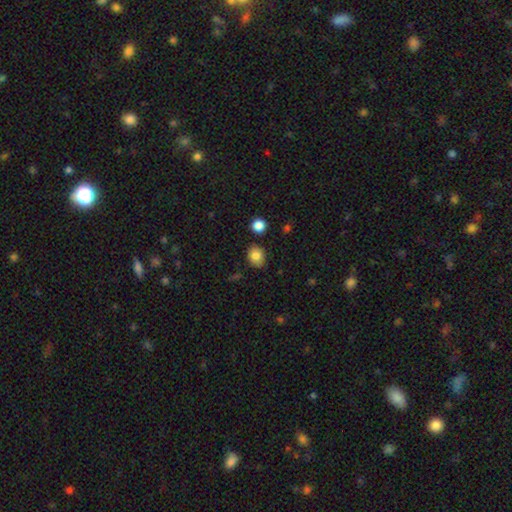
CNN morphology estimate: smooth_or_featured: smooth (p=0.83) [alt: star or artifact p=0.10]
how_rounded: round (p=0.52) [alt: in between p=0.47]
merging: none (p=0.81) [alt: minor disturbance p=0.13]